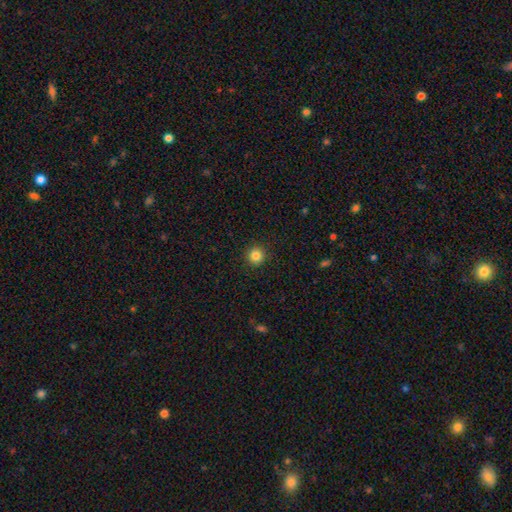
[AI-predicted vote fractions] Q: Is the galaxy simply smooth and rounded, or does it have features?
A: smooth — 84%.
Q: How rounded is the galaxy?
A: round — 95%.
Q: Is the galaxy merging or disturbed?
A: none — 92%.